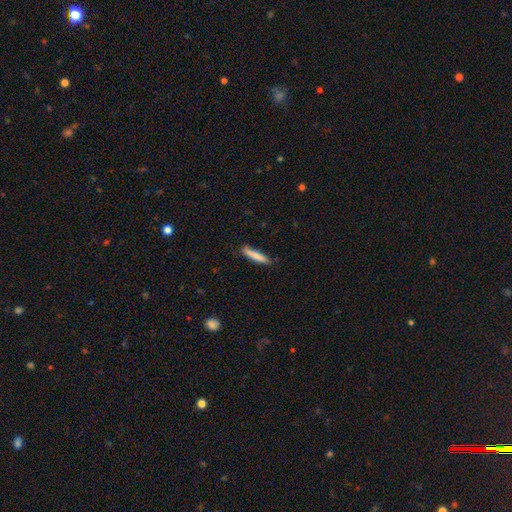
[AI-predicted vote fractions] Q: Smooth or featured?
A: smooth (77%); runner-up: featured or disk (17%)
Q: How rounded?
A: cigar-shaped (88%); runner-up: in between (11%)
Q: Merging?
A: none (82%); runner-up: minor disturbance (14%)